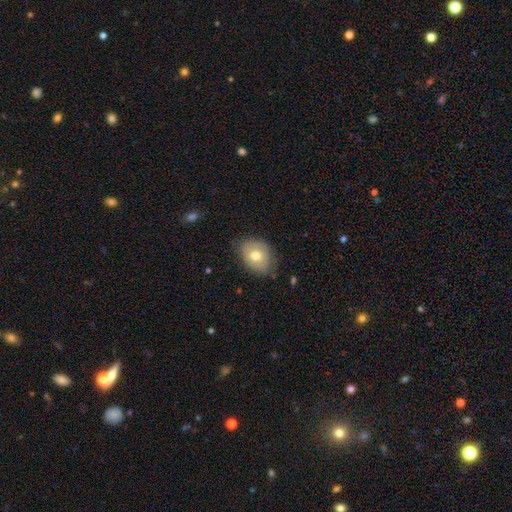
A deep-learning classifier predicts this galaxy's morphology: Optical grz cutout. It shows a smooth galaxy with no disk features (71%) that is in between round and cigar-shaped (65%). Merging: none (75%).